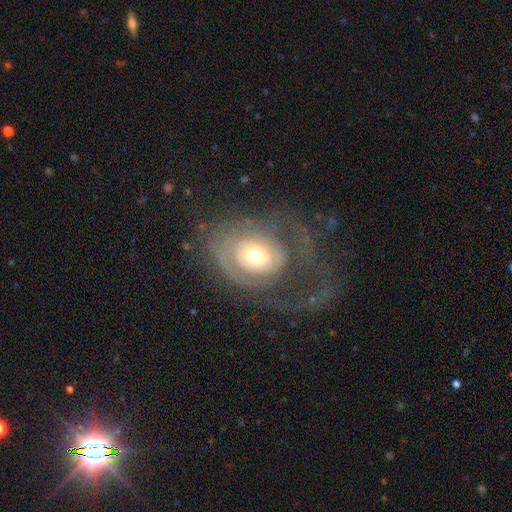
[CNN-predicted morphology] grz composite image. It shows a featured or disk galaxy (69%) with no bar (72%), spiral arms (73%) and a moderate central bulge (62%). Merging: major disturbance (46%).